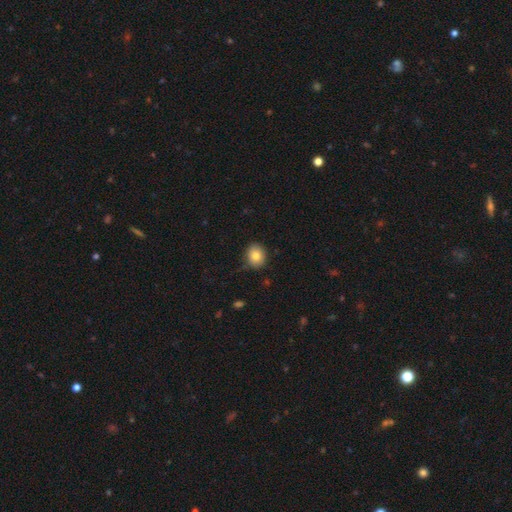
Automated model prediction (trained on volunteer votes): Morphology: type=smooth (83%); roundness=round (60%); merging=none (83%).